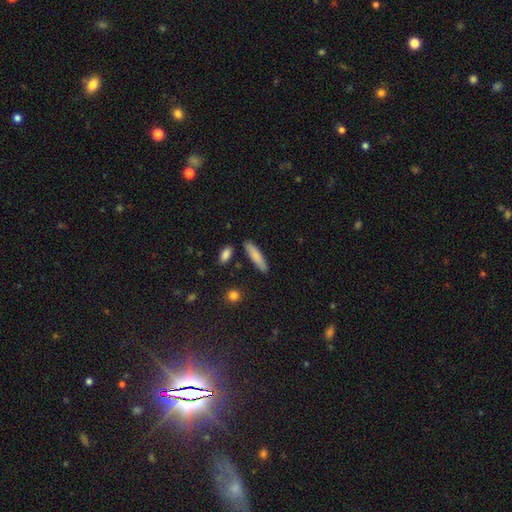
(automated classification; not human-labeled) Smooth or featured: smooth — 82% (featured or disk — 12%)
How rounded: cigar-shaped — 76% (in between — 22%)
Merging: none — 86% (minor disturbance — 9%)